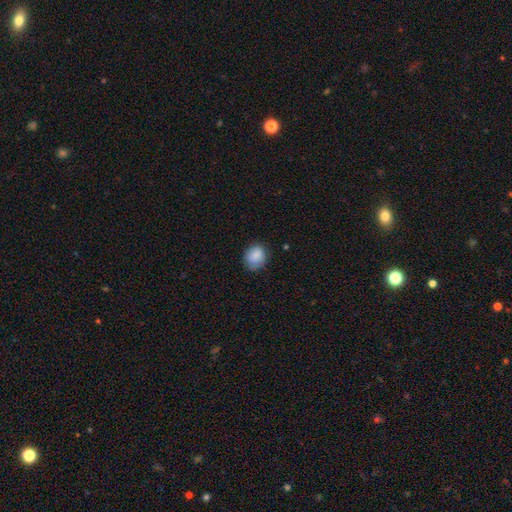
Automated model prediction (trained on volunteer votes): The model was most divided on "how rounded": round: 63%, in between: 37%, cigar-shaped: 1%. More confident: smooth or featured — smooth (87%); merging — none (77%).